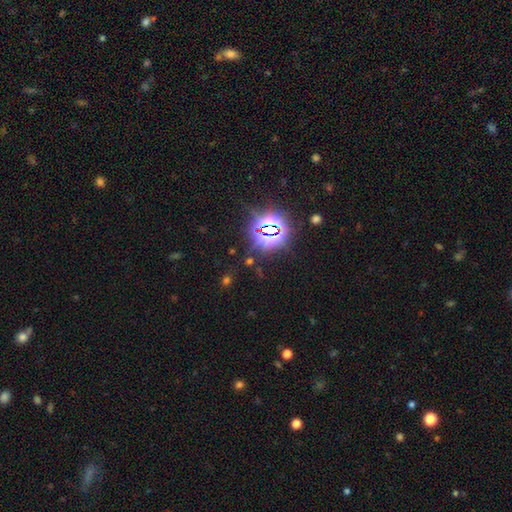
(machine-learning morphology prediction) smooth_or_featured: star or artifact (p=0.79) [alt: smooth p=0.14]